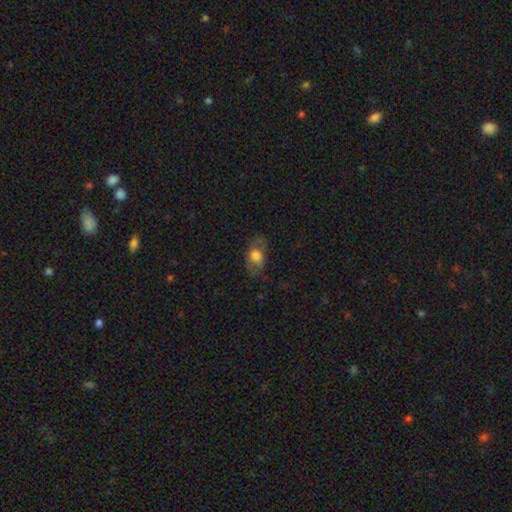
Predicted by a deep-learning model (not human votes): smooth_or_featured: smooth (p=0.63) [alt: featured or disk p=0.28]
how_rounded: in between (p=0.83) [alt: round p=0.14]
merging: none (p=0.62) [alt: minor disturbance p=0.23]